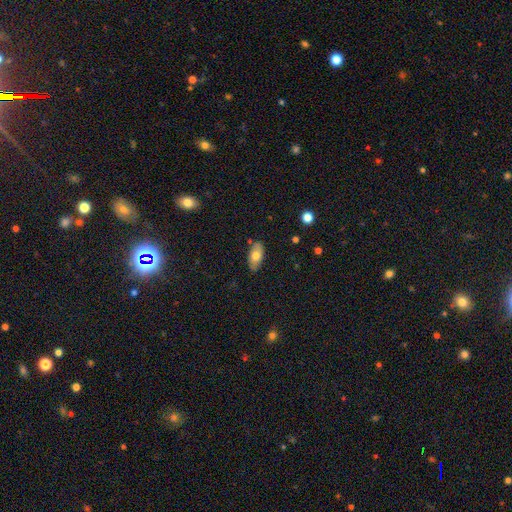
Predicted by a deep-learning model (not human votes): Smooth or featured?
  - smooth: 70% *
  - featured or disk: 23%
  - star or artifact: 7%
How rounded?
  - in between: 91% *
  - cigar-shaped: 6%
  - round: 3%
Merging?
  - none: 83% *
  - minor disturbance: 13%
  - major disturbance: 2%
  - merger: 2%